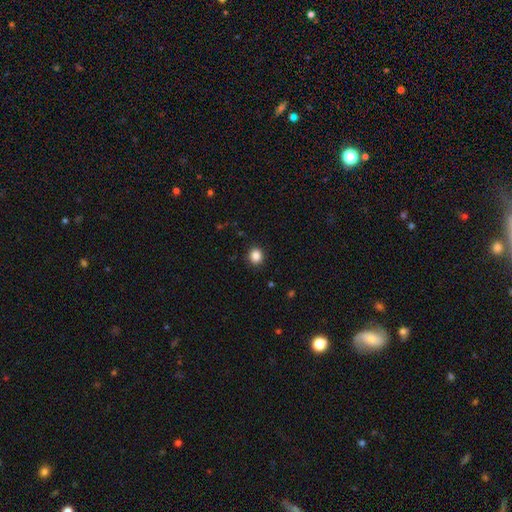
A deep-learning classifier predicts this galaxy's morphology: Q: Smooth or featured?
A: smooth (86%); runner-up: star or artifact (10%)
Q: How rounded?
A: round (81%); runner-up: in between (18%)
Q: Merging?
A: none (91%); runner-up: minor disturbance (6%)